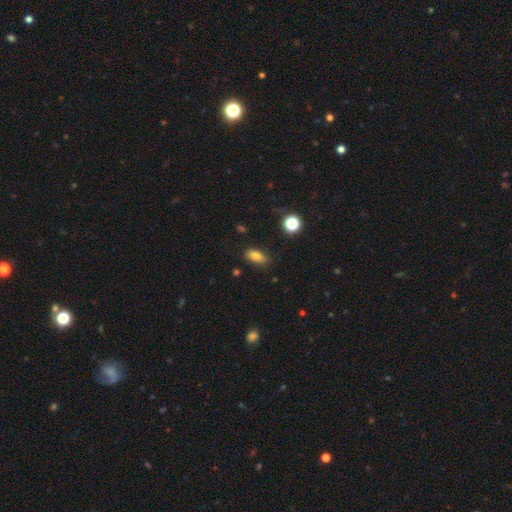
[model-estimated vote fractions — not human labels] smooth_or_featured: smooth (p=0.81) [alt: star or artifact p=0.12]
how_rounded: in between (p=0.85) [alt: cigar-shaped p=0.08]
merging: none (p=0.82) [alt: minor disturbance p=0.13]